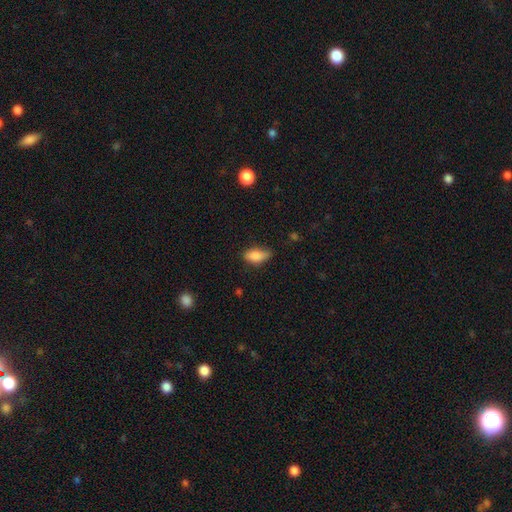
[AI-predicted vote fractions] The model was most divided on "merging": none: 65%, minor disturbance: 28%, major disturbance: 5%, merger: 2%. More confident: how rounded — in between (88%); smooth or featured — smooth (85%).